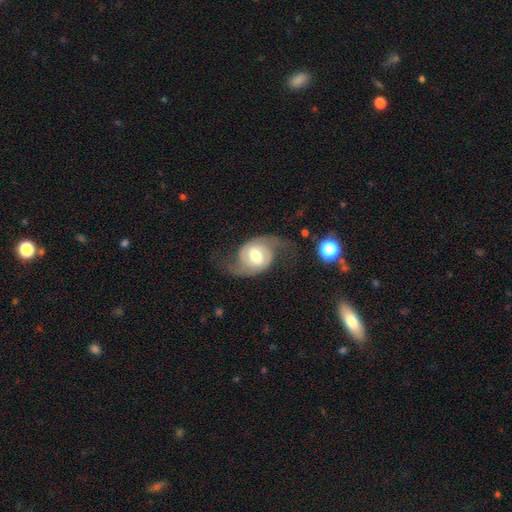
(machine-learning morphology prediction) Q: Smooth or featured?
A: featured or disk (83%); runner-up: smooth (12%)
Q: Edge-on disk?
A: no (97%); runner-up: yes (3%)
Q: Bar?
A: weak (51%); runner-up: no (25%)
Q: Spiral arms?
A: yes (95%); runner-up: no (5%)
Q: Spiral winding?
A: loose (54%); runner-up: medium (36%)
Q: Spiral arm count?
A: 2 (92%); runner-up: can't tell (3%)
Q: Bulge size?
A: moderate (62%); runner-up: large (22%)
Q: Merging?
A: none (66%); runner-up: minor disturbance (16%)